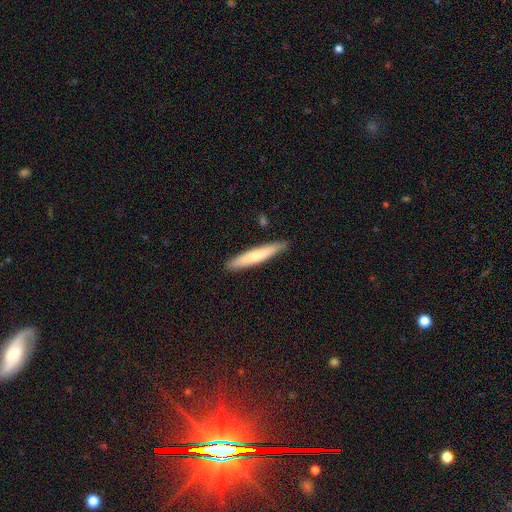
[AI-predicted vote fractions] A smooth galaxy with no disk features (65%) that is cigar-shaped (92%).

Vote fractions:
- Smooth or featured? smooth: 65% / featured or disk: 30% / star or artifact: 5%
- How rounded? cigar-shaped: 92% / in between: 6% / round: 1%
- Merging? none: 89% / minor disturbance: 8% / major disturbance: 1% / merger: 1%